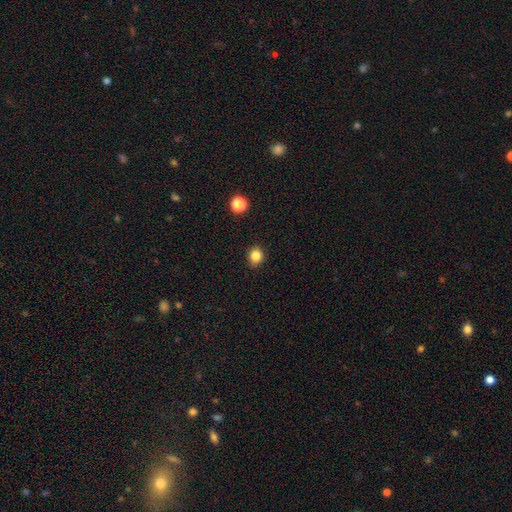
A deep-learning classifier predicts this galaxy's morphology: A smooth galaxy with no disk features (83%) that is round (73%). Merging: none (90%).